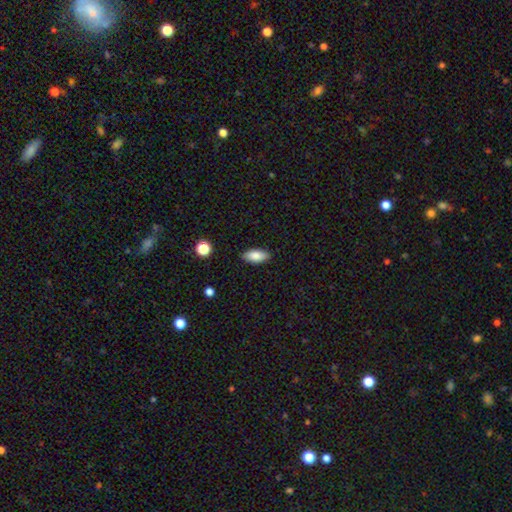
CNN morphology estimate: A smooth galaxy with no disk features (83%) that is in between round and cigar-shaped (88%). Merging: none (88%).